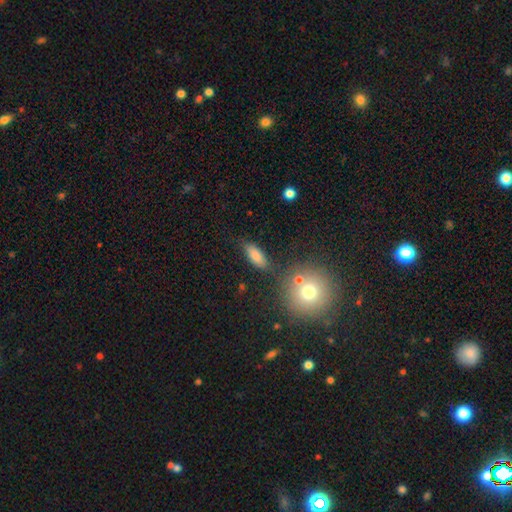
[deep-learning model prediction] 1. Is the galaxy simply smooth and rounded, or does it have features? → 78% smooth, 12% featured or disk, 10% star or artifact.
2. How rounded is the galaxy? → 72% in between, 23% cigar-shaped, 4% round.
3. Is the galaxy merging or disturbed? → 73% none, 16% minor disturbance, 6% merger, 5% major disturbance.